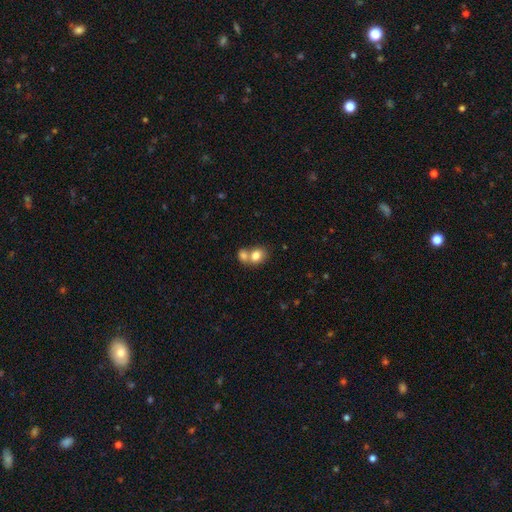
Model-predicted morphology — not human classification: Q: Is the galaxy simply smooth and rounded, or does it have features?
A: smooth — 79%.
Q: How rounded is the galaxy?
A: round — 53%.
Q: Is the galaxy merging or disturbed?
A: merger — 58%.